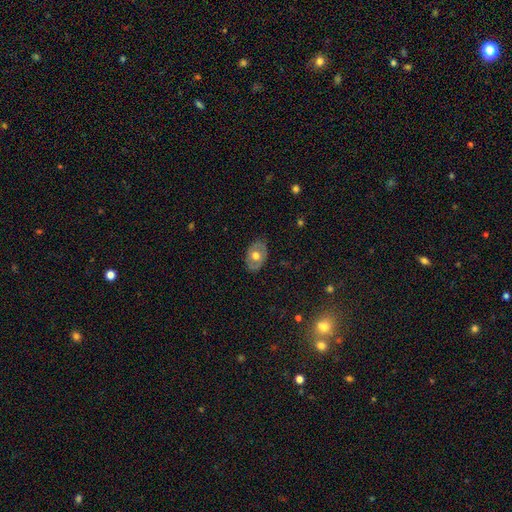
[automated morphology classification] Smooth or featured?
  - smooth: 50% *
  - featured or disk: 43%
  - star or artifact: 7%
Merging?
  - none: 81% *
  - minor disturbance: 14%
  - major disturbance: 3%
  - merger: 1%